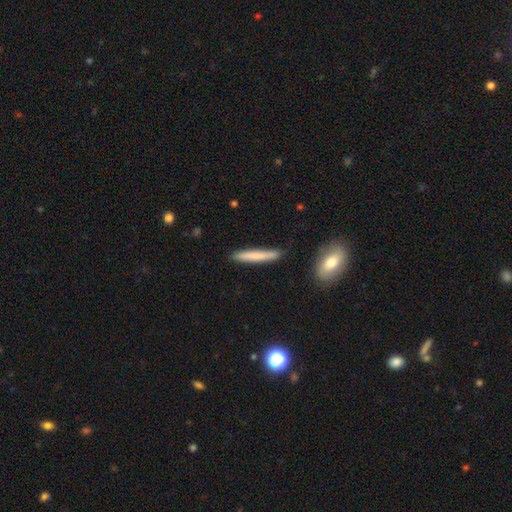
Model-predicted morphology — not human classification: type=smooth (74%); roundness=cigar-shaped (95%); merging=none (86%).